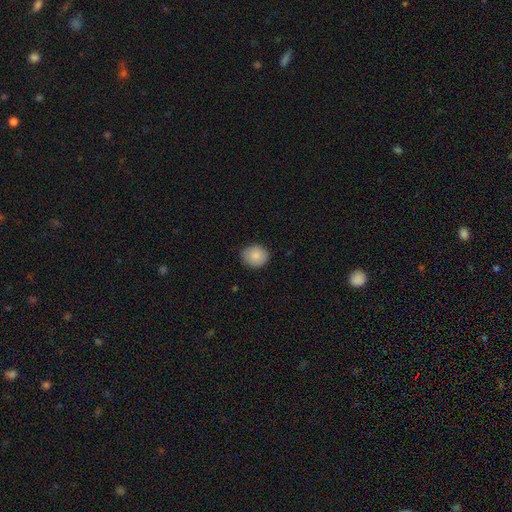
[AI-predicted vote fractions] Overall: smooth (86%). How rounded: round (76%). Merging: none (85%).